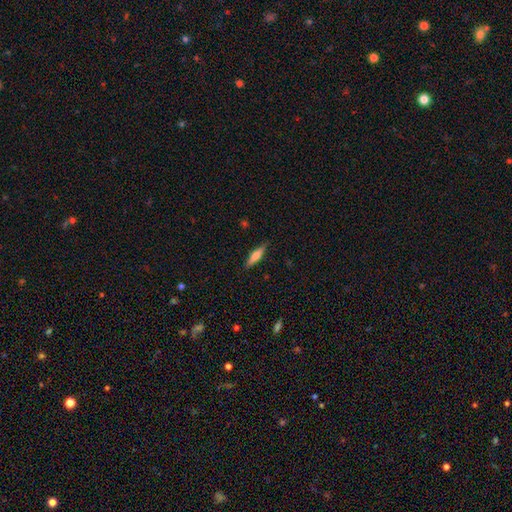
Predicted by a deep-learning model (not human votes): Smooth or featured?
  - smooth: 62% *
  - featured or disk: 32%
  - star or artifact: 6%
How rounded?
  - cigar-shaped: 74% *
  - in between: 24%
  - round: 2%
Merging?
  - none: 88% *
  - minor disturbance: 9%
  - major disturbance: 2%
  - merger: 1%